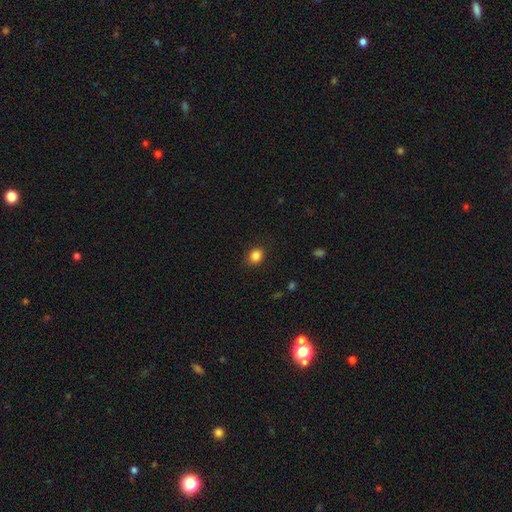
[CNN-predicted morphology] A smooth galaxy with no disk features (86%) that is round (59%). Merging: none (88%).